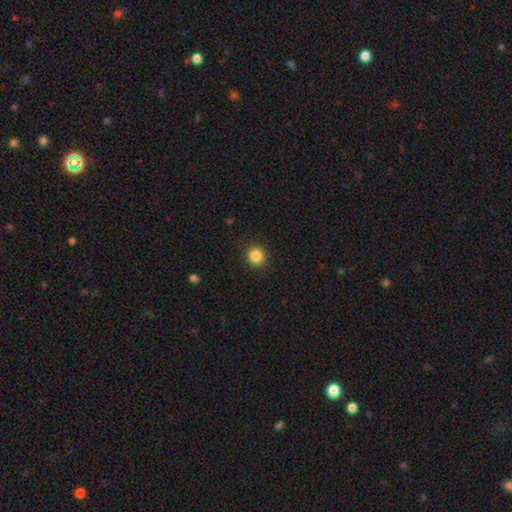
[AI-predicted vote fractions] A smooth galaxy with no disk features (86%) that is round (91%).

Vote fractions:
- Smooth or featured? smooth: 86% / star or artifact: 11% / featured or disk: 4%
- How rounded? round: 91% / in between: 8% / cigar-shaped: 1%
- Merging? none: 91% / minor disturbance: 6% / major disturbance: 2% / merger: 1%